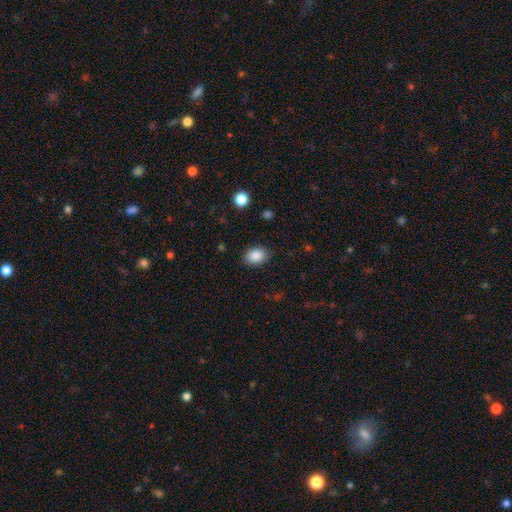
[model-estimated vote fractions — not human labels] This appears to be a smooth galaxy with no disk features (88%) that is in between round and cigar-shaped (80%). Merging: none (86%).